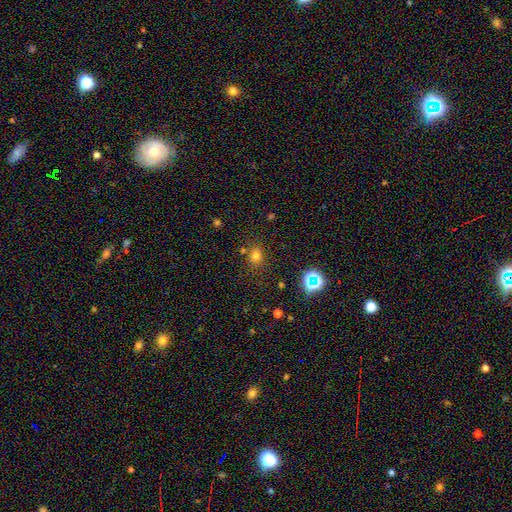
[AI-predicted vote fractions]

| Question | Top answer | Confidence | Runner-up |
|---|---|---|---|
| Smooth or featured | smooth | 71% | star or artifact (21%) |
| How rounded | round | 66% | in between (33%) |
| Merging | none | 75% | minor disturbance (13%) |